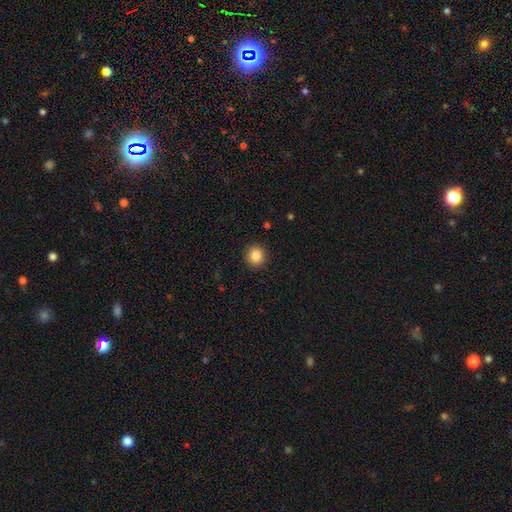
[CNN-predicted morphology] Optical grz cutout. It shows a smooth galaxy with no disk features (86%) that is round (89%). Merging: none (91%).